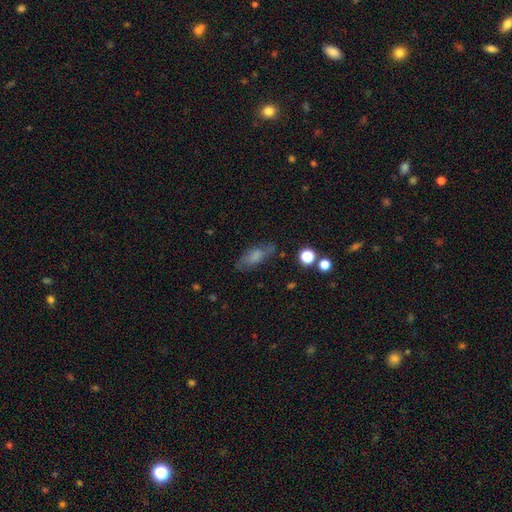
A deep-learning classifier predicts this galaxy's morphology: The model was most divided on "smooth or featured": smooth: 61%, featured or disk: 27%, star or artifact: 11%. More confident: how rounded — in between (69%); merging — none (68%).